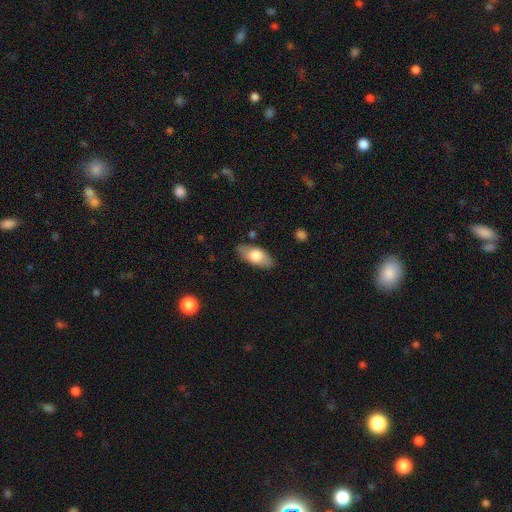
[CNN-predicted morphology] Smooth or featured? Predicted: smooth (p=0.68). How rounded? Predicted: in between (p=0.89). Merging? Predicted: none (p=0.84).